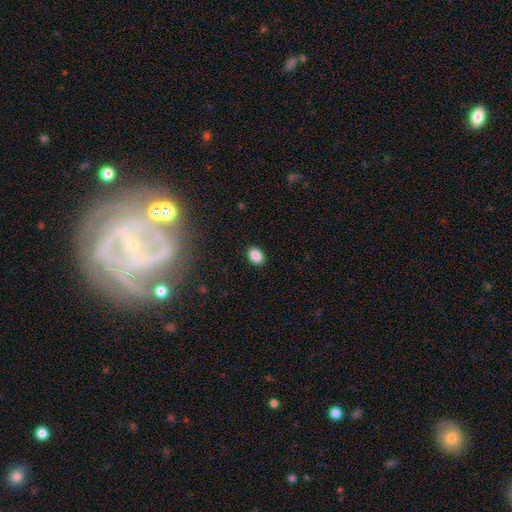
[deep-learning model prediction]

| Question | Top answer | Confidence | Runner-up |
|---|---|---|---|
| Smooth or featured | smooth | 88% | star or artifact (8%) |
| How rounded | in between | 83% | round (16%) |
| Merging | none | 89% | minor disturbance (8%) |